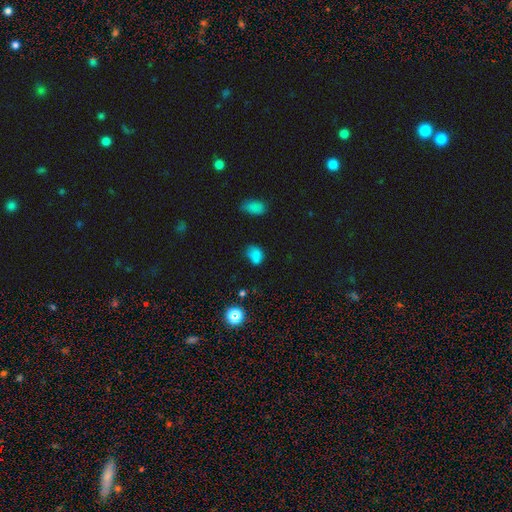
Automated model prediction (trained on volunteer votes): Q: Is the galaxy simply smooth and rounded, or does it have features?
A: smooth — 75%.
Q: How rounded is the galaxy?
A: in between — 71%.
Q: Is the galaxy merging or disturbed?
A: none — 56%.